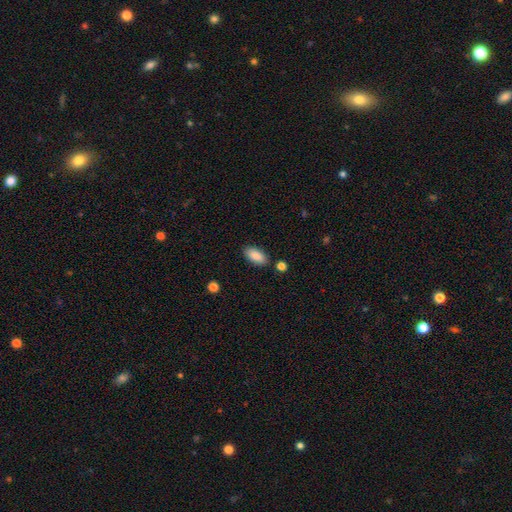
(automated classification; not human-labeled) The model was most divided on "merging": none: 86%, minor disturbance: 9%, merger: 3%, major disturbance: 2%. More confident: how rounded — in between (91%); smooth or featured — smooth (89%).